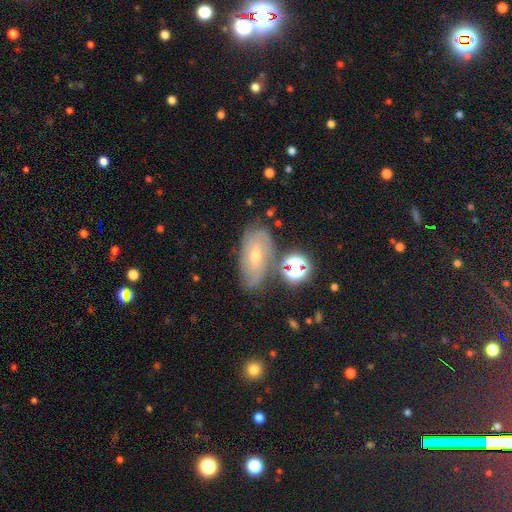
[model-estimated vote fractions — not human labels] Smooth or featured?
  - featured or disk: 62% *
  - smooth: 25%
  - star or artifact: 13%
Edge-on disk?
  - no: 91% *
  - yes: 9%
Bar?
  - no: 56% *
  - weak: 36%
  - strong: 8%
Spiral arms?
  - yes: 85% *
  - no: 15%
Bulge size?
  - small: 59% *
  - moderate: 37%
  - large: 2%
  - none: 1%
  - dominant: 1%
Merging?
  - none: 67% *
  - minor disturbance: 20%
  - major disturbance: 7%
  - merger: 6%